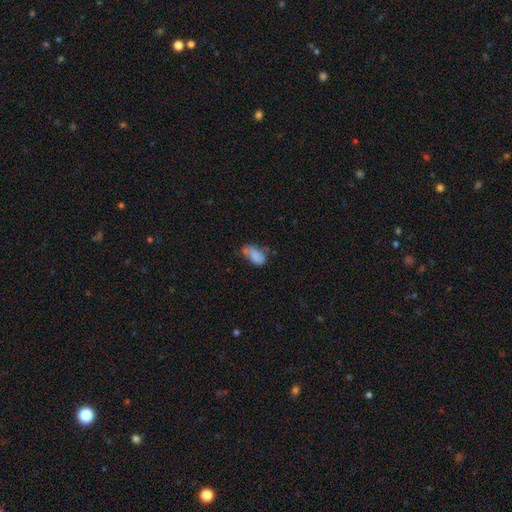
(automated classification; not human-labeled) Smooth or featured? smooth (76%)
How rounded? in between (91%)
Merging? none (37%)